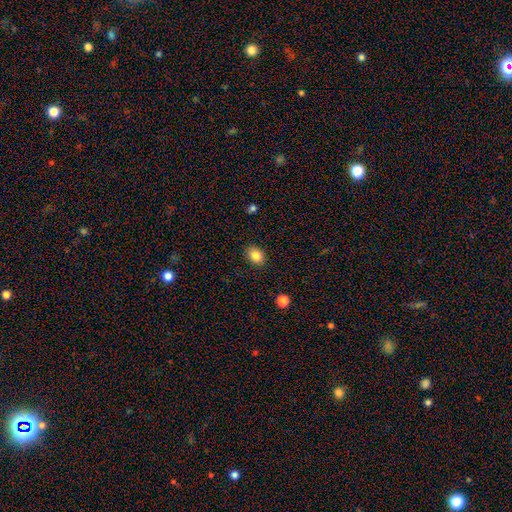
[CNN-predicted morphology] A smooth galaxy with no disk features (85%) that is in between round and cigar-shaped (69%).

Vote fractions:
- Smooth or featured? smooth: 85% / star or artifact: 9% / featured or disk: 6%
- How rounded? in between: 69% / round: 30% / cigar-shaped: 1%
- Merging? none: 87% / minor disturbance: 9% / major disturbance: 2% / merger: 1%